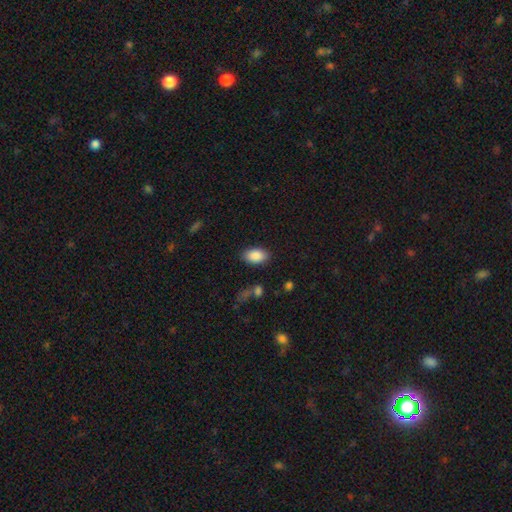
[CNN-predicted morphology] The model was most divided on "merging": none: 85%, minor disturbance: 10%, major disturbance: 3%, merger: 2%. More confident: how rounded — in between (92%); smooth or featured — smooth (88%).